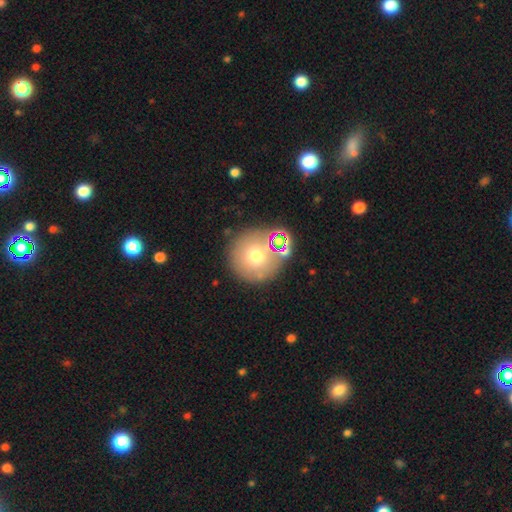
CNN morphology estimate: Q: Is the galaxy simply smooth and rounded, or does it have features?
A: smooth — 66%.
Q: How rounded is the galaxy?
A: round — 94%.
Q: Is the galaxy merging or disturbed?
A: none — 76%.